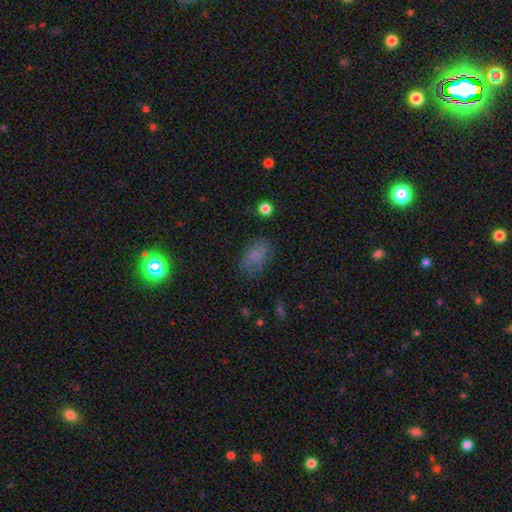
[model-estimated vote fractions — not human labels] Smooth or featured? Predicted: smooth (p=0.69). How rounded? Predicted: in between (p=0.85). Merging? Predicted: none (p=0.65).